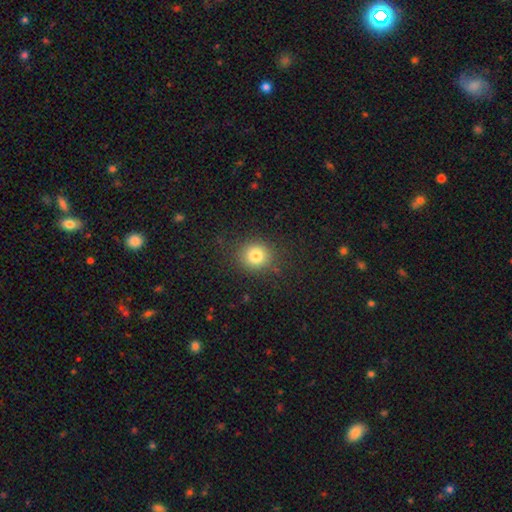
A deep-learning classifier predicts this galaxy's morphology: type=smooth (79%); roundness=round (85%); merging=none (86%).